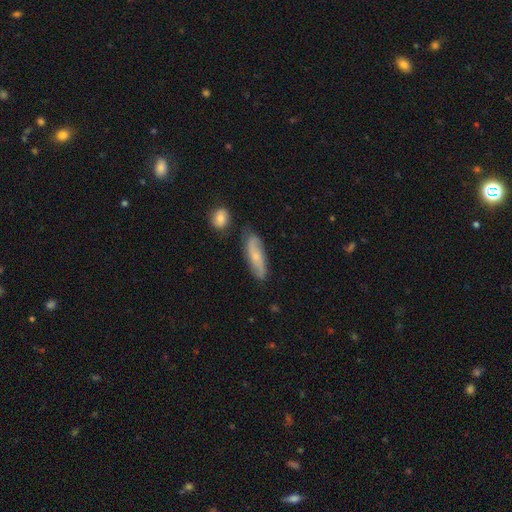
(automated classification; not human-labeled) This appears to be a smooth galaxy with no disk features (49%). Merging: none (77%).